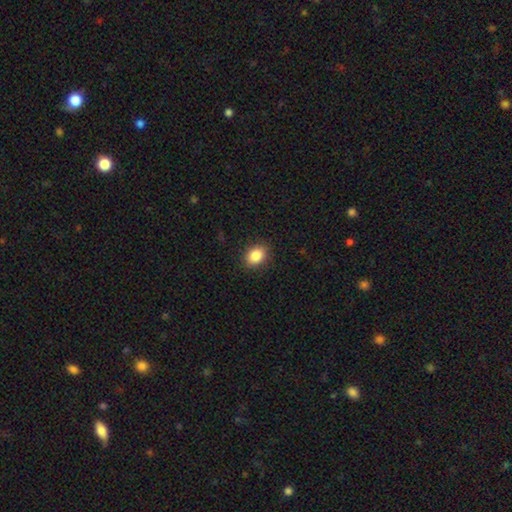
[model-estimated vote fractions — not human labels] Smooth or featured: smooth — 87% (star or artifact — 9%)
How rounded: in between — 65% (round — 33%)
Merging: none — 88% (minor disturbance — 9%)